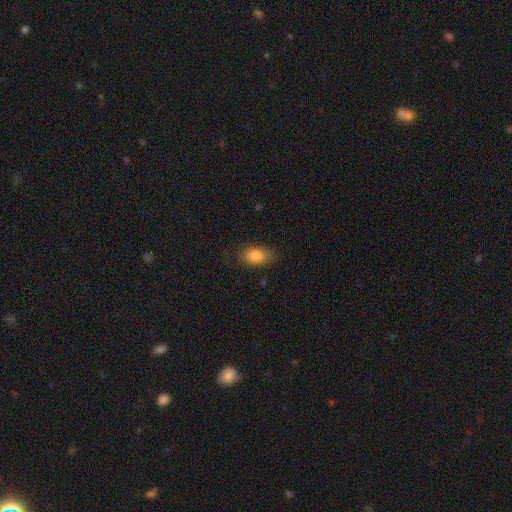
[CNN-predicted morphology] Overall: smooth (83%). How rounded: in between (87%). Merging: none (75%).